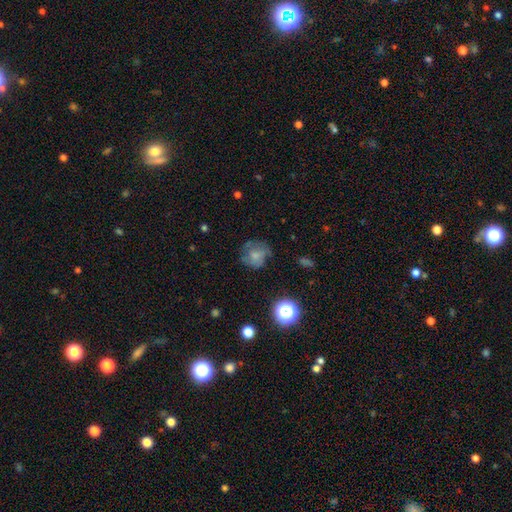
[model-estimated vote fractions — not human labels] Smooth or featured?
  - smooth: 59% *
  - featured or disk: 28%
  - star or artifact: 13%
How rounded?
  - round: 79% *
  - in between: 20%
  - cigar-shaped: 1%
Merging?
  - none: 59% *
  - minor disturbance: 24%
  - major disturbance: 15%
  - merger: 2%